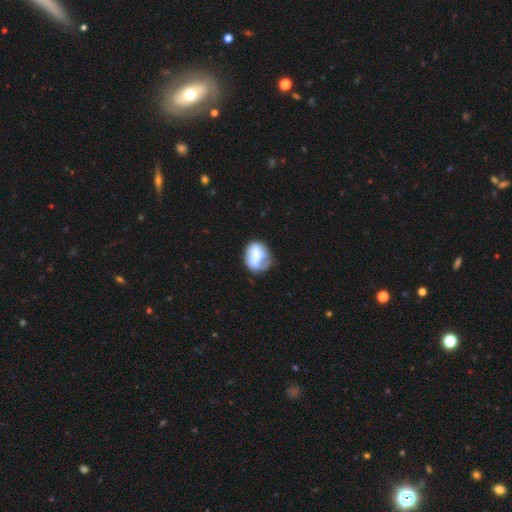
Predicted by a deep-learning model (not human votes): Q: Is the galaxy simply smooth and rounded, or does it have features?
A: smooth — 50%.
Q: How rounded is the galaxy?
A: in between — 54%.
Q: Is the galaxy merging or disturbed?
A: none — 38%.